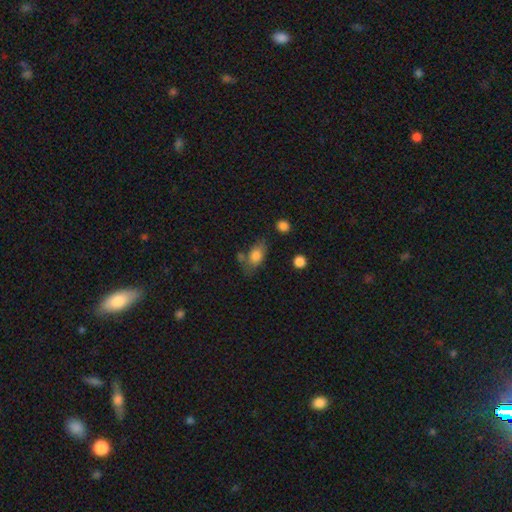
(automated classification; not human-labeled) Q: Smooth or featured?
A: smooth (77%); runner-up: featured or disk (14%)
Q: How rounded?
A: in between (83%); runner-up: round (12%)
Q: Merging?
A: none (51%); runner-up: minor disturbance (26%)